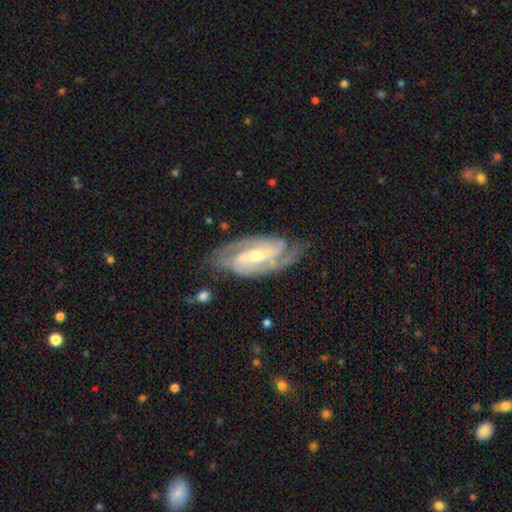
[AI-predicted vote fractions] This is clearly a featured or disk galaxy (90%). It is clearly not viewed edge-on (95%). Bar: possibly strong (53%). Spiral arm pattern: clearly yes (97%). Spiral arm count: likely 2 (76%). Spiral winding: possibly tight (49%). Central bulge: possibly small (49%). Merging: likely none (77%).